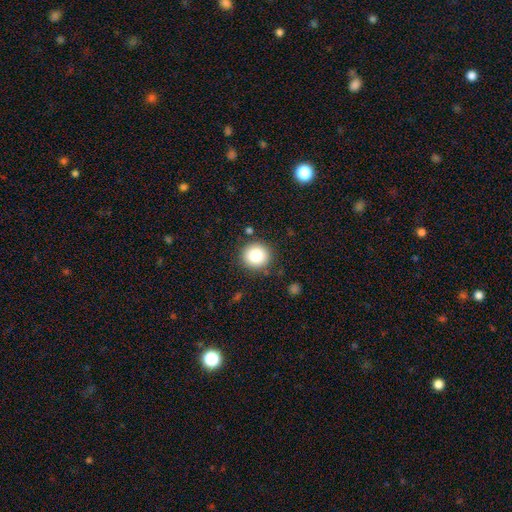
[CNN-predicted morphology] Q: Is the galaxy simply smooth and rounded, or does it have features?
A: smooth — 82%.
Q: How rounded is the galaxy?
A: round — 92%.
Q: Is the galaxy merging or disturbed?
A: none — 87%.